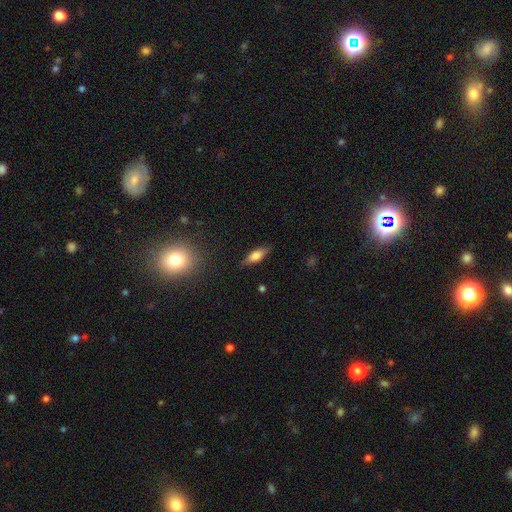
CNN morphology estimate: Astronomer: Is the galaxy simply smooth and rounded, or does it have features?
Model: smooth — 69%.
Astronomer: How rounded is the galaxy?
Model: in between — 58% (runner-up: cigar-shaped, 39%).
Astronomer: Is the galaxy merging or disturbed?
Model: none — 83%.